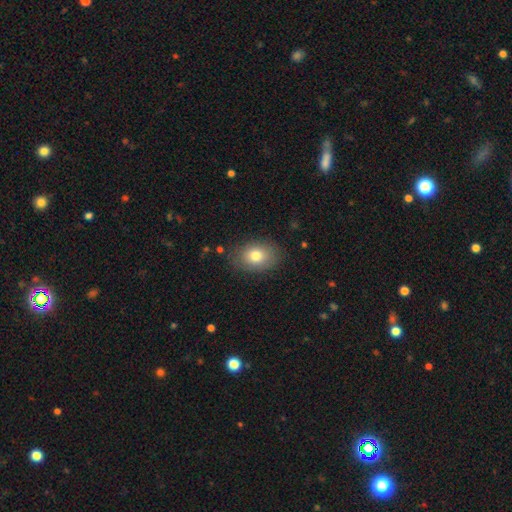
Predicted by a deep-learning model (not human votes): Q: Smooth or featured?
A: smooth (78%); runner-up: featured or disk (13%)
Q: How rounded?
A: in between (74%); runner-up: round (25%)
Q: Merging?
A: none (81%); runner-up: minor disturbance (13%)